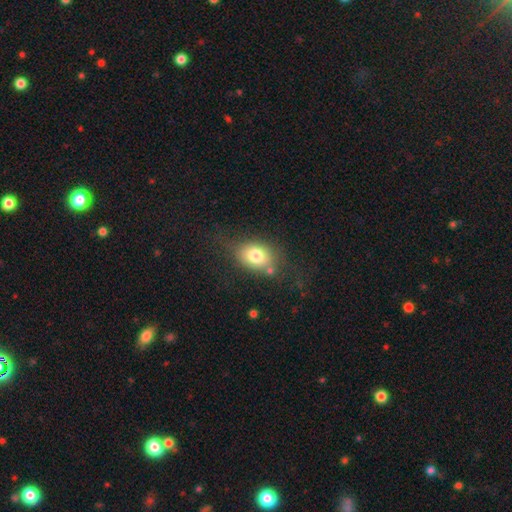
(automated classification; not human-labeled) smooth-or-featured: smooth: 77% | featured or disk: 14% | star or artifact: 10%
  how-rounded: in between: 70% | round: 29% | cigar-shaped: 1%
  merging: none: 65% | minor disturbance: 20% | major disturbance: 9% | merger: 6%